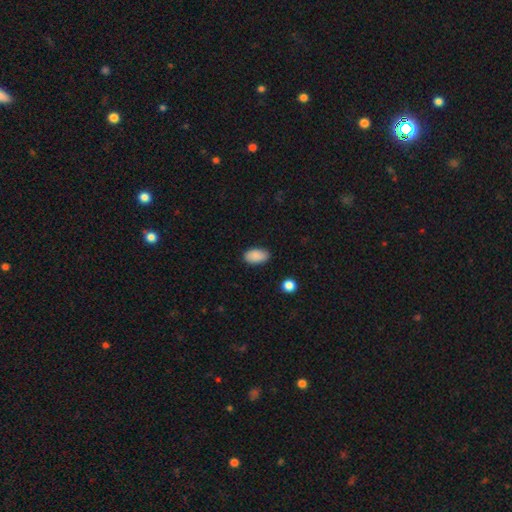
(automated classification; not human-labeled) smooth-or-featured: smooth: 89% | star or artifact: 7% | featured or disk: 4%
  how-rounded: in between: 94% | round: 5% | cigar-shaped: 2%
  merging: none: 85% | minor disturbance: 11% | major disturbance: 2% | merger: 1%